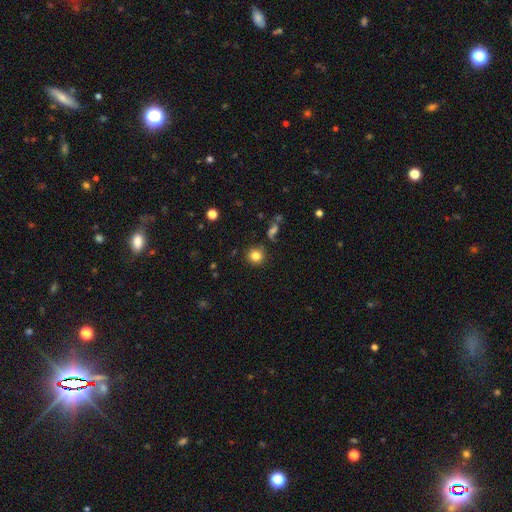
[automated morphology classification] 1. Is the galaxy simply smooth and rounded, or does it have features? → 82% smooth, 11% star or artifact, 6% featured or disk.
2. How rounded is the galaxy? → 92% round, 7% in between, 1% cigar-shaped.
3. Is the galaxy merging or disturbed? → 85% none, 8% minor disturbance, 3% merger, 3% major disturbance.